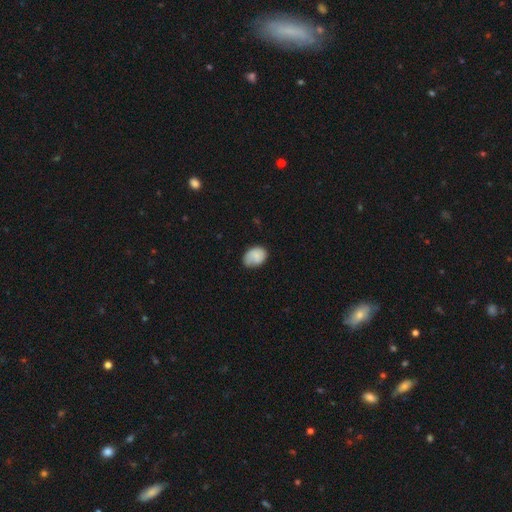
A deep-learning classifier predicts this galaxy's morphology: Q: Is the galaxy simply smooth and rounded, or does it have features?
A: smooth — 80%.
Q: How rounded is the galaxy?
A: in between — 71%.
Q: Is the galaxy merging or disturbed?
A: none — 55%.